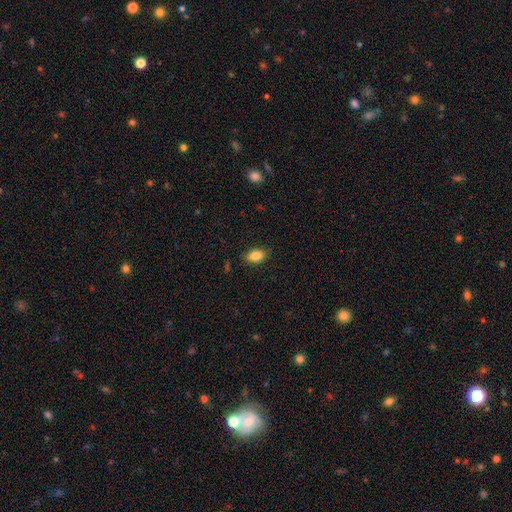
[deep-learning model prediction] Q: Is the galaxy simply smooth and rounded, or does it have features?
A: smooth — 85%.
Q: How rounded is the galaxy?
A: in between — 86%.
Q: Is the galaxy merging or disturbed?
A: none — 85%.